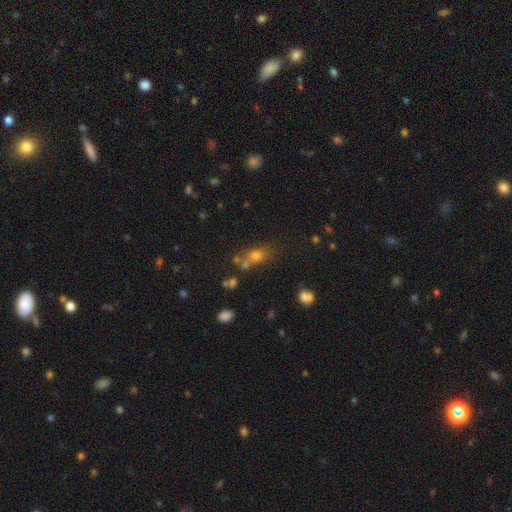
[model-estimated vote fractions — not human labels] This is likely a smooth galaxy (67%). How rounded: possibly in between (51%). Merging: possibly none (47%).